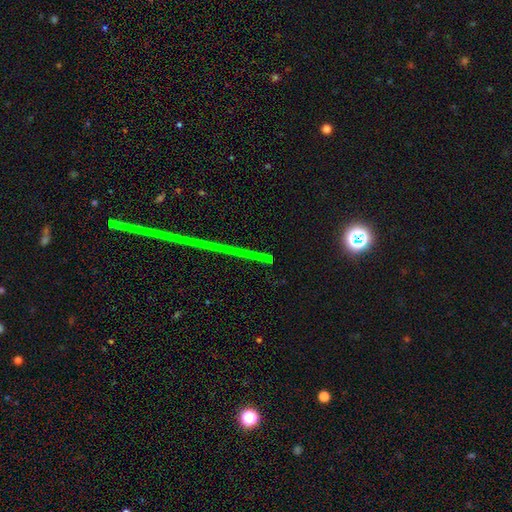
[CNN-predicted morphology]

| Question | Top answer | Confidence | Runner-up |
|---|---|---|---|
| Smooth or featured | star or artifact | 81% | featured or disk (11%) |